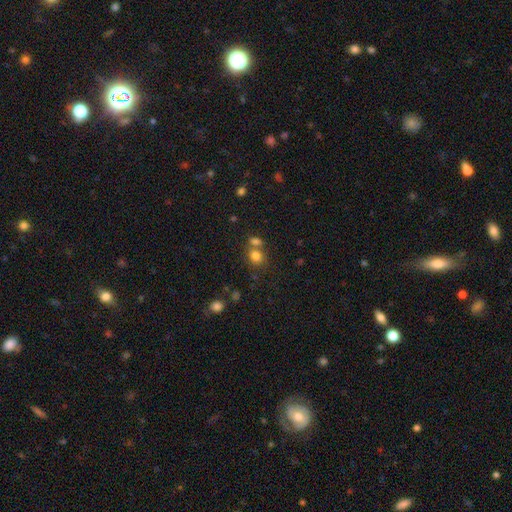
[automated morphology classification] Q: Smooth or featured?
A: smooth (79%); runner-up: star or artifact (13%)
Q: How rounded?
A: round (66%); runner-up: in between (33%)
Q: Merging?
A: none (52%); runner-up: merger (34%)